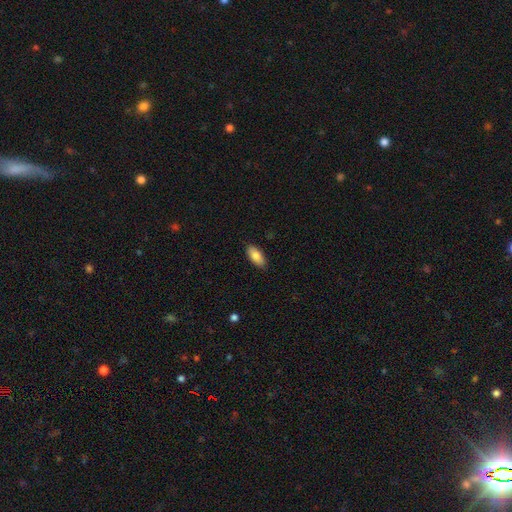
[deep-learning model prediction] smooth_or_featured: smooth (p=0.84) [alt: featured or disk p=0.10]
how_rounded: in between (p=0.89) [alt: cigar-shaped p=0.09]
merging: none (p=0.89) [alt: minor disturbance p=0.09]